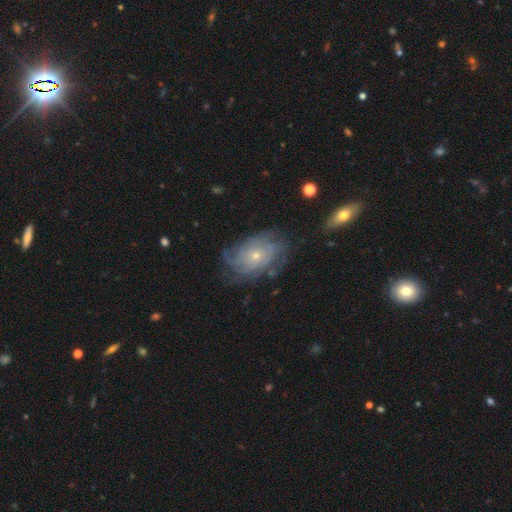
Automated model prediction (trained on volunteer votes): A featured or disk galaxy (77%) with no bar (84%), tight (64%) spiral arms (90%) and a small central bulge (75%).

Vote fractions:
- Smooth or featured? featured or disk: 77% / smooth: 15% / star or artifact: 7%
- Edge-on disk? no: 96% / yes: 4%
- Bar? no: 84% / weak: 14% / strong: 2%
- Spiral arms? yes: 90% / no: 10%
- Spiral winding? tight: 64% / medium: 26% / loose: 10%
- Spiral arm count? can't tell: 46% / 4: 18% / 3: 11% / more than 4: 10% / 2: 9% / 1: 6%
- Bulge size? small: 75% / moderate: 22% / large: 1% / none: 1% / dominant: 1%
- Merging? none: 68% / minor disturbance: 21% / major disturbance: 10% / merger: 2%